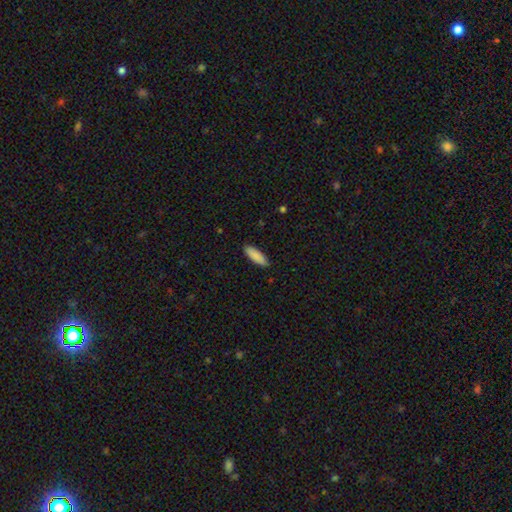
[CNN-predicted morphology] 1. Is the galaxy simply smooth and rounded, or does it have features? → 88% smooth, 6% featured or disk, 6% star or artifact.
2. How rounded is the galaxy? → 57% in between, 41% cigar-shaped, 2% round.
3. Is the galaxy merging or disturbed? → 89% none, 9% minor disturbance, 2% major disturbance, 1% merger.